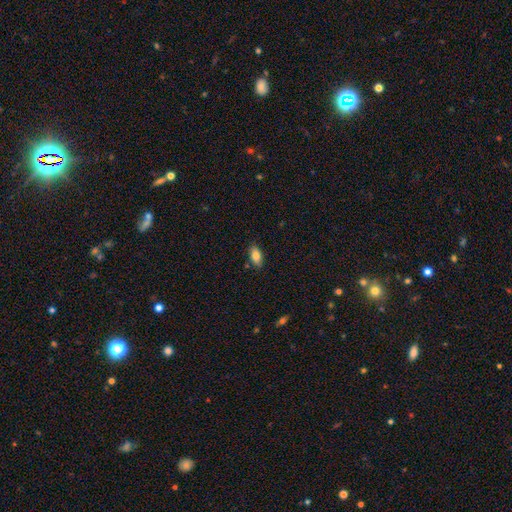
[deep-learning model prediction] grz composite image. It shows a smooth galaxy with no disk features (83%) that is in between round and cigar-shaped (90%). Merging: none (83%).